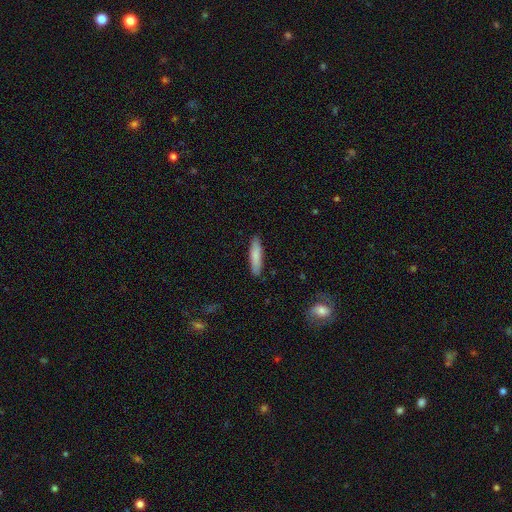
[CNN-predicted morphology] The model was most divided on "how rounded": cigar-shaped: 76%, in between: 22%, round: 1%. More confident: merging — none (88%); smooth or featured — smooth (82%).